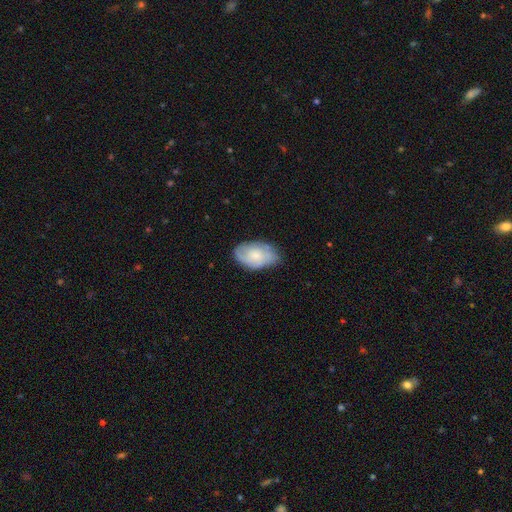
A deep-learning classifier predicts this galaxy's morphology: smooth 56%, featured or disk 38%, star or artifact 6%. Down the decision tree: how rounded — in between (92%); merging — none (63%).